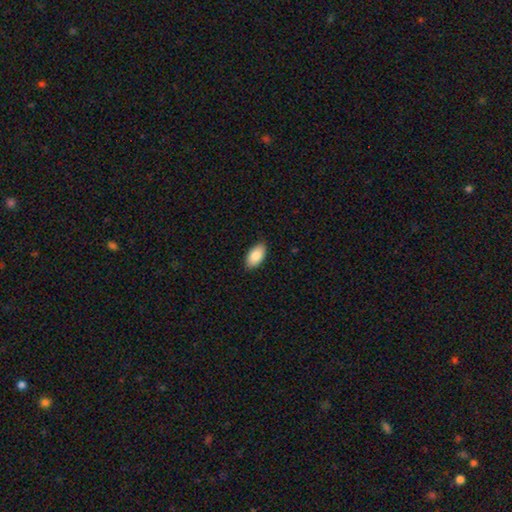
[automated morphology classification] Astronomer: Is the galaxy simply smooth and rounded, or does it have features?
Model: smooth — 86%.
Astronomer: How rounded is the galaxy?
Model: in between — 95%.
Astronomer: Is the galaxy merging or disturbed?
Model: none — 89%.